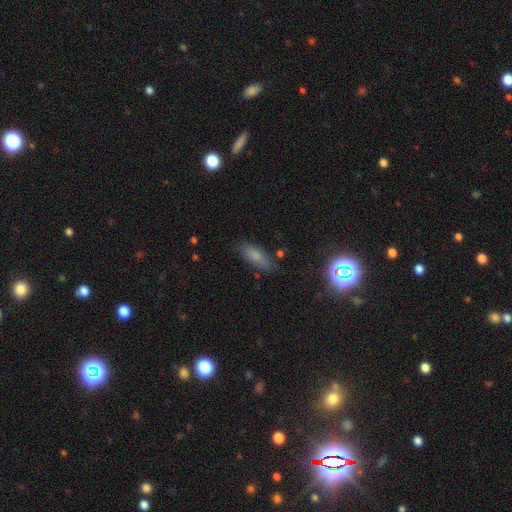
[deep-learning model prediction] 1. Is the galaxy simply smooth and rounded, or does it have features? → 74% smooth, 13% star or artifact, 13% featured or disk.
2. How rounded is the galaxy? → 72% in between, 25% cigar-shaped, 3% round.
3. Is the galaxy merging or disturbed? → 80% none, 14% minor disturbance, 4% major disturbance, 3% merger.